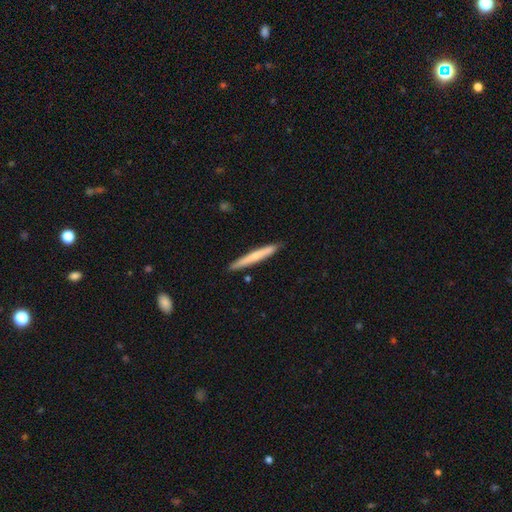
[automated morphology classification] The model was most divided on "smooth or featured": smooth: 63%, featured or disk: 32%, star or artifact: 5%. More confident: how rounded — cigar-shaped (97%); merging — none (90%).